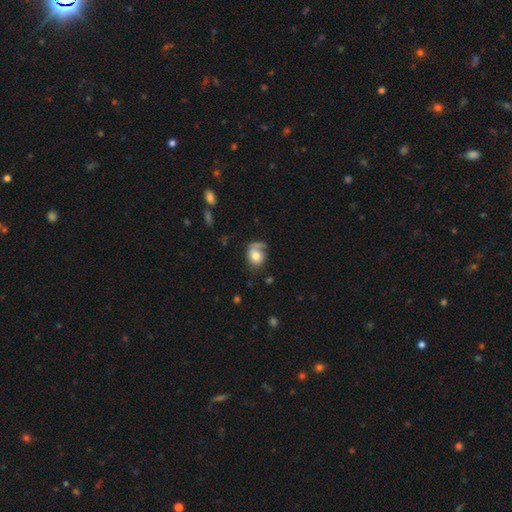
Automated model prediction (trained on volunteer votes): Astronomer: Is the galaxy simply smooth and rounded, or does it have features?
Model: smooth — 68%.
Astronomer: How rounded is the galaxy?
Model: round — 55% (runner-up: in between, 44%).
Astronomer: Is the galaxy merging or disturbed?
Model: none — 48% (runner-up: minor disturbance, 24%).